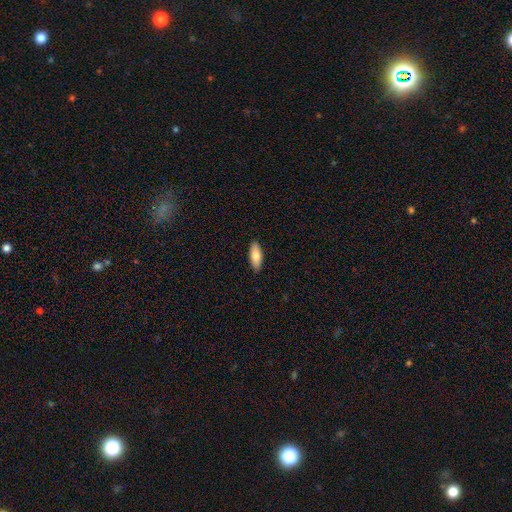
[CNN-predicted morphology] type=smooth (81%); roundness=in between (77%); merging=none (89%).